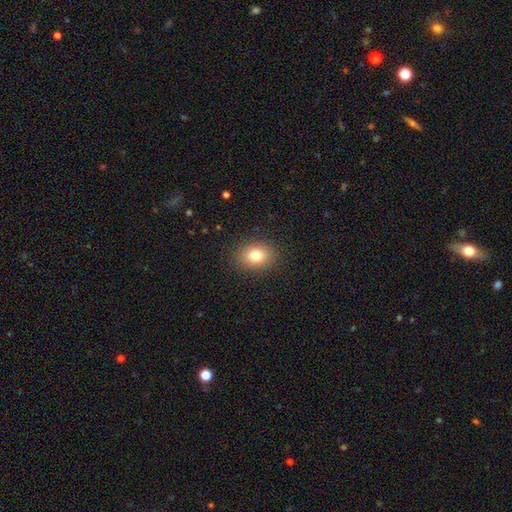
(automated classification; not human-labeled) Smooth or featured? smooth (79%)
How rounded? in between (52%)
Merging? none (89%)